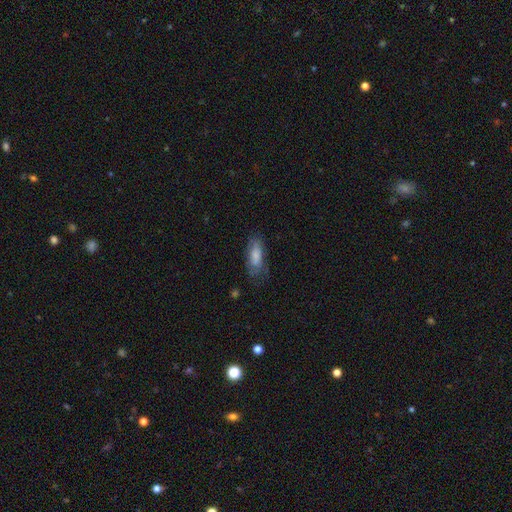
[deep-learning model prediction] smooth_or_featured: smooth (p=0.73) [alt: featured or disk p=0.20]
how_rounded: in between (p=0.78) [alt: cigar-shaped p=0.20]
merging: none (p=0.56) [alt: minor disturbance p=0.29]